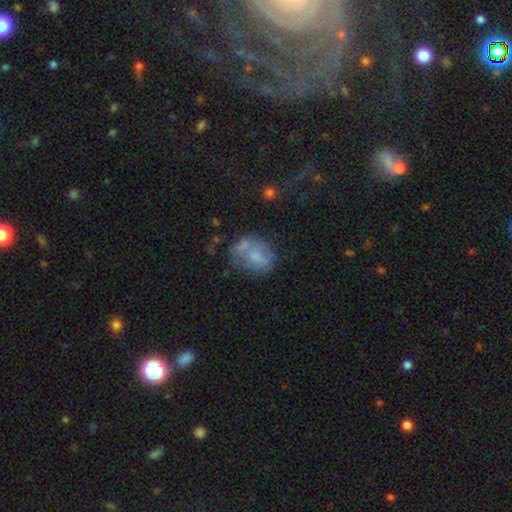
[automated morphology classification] Smooth or featured?
  - smooth: 59% *
  - featured or disk: 31%
  - star or artifact: 10%
How rounded?
  - in between: 62% *
  - round: 36%
  - cigar-shaped: 1%
Merging?
  - none: 40% *
  - minor disturbance: 23%
  - merger: 22%
  - major disturbance: 15%